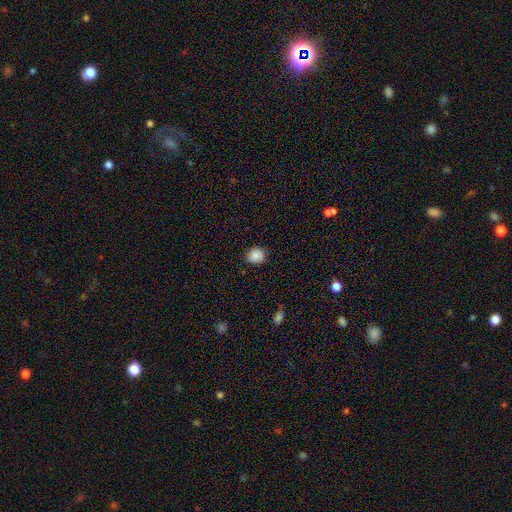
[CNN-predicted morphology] type=smooth (84%); roundness=round (80%); merging=none (84%).